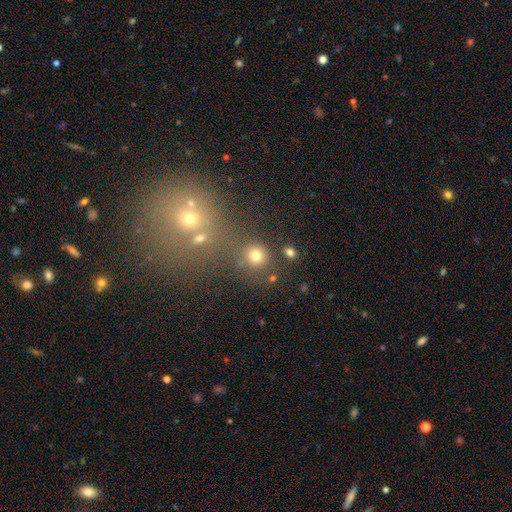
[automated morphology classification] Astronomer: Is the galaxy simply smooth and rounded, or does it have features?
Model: smooth — 76%.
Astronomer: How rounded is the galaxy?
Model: round — 86%.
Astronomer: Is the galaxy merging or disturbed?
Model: none — 69%.